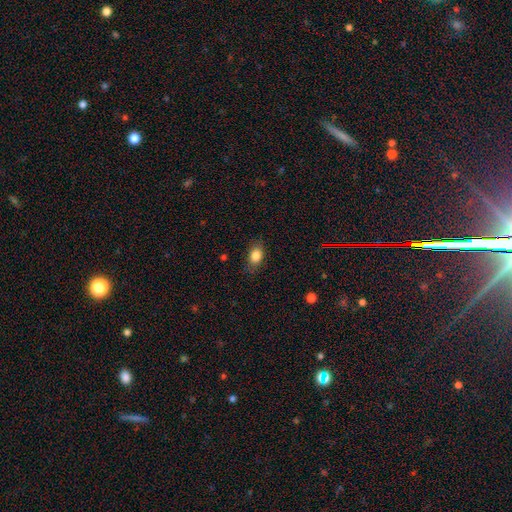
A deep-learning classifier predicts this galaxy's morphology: smooth_or_featured: smooth (p=0.84) [alt: star or artifact p=0.09]
how_rounded: in between (p=0.78) [alt: round p=0.20]
merging: none (p=0.79) [alt: minor disturbance p=0.16]